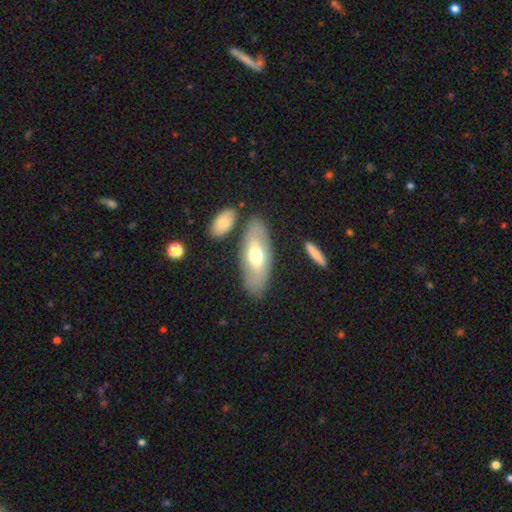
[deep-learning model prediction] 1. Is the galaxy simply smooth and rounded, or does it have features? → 53% smooth, 42% featured or disk, 6% star or artifact.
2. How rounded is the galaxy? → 83% in between, 14% cigar-shaped, 3% round.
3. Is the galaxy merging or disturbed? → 78% none, 12% minor disturbance, 6% merger, 4% major disturbance.